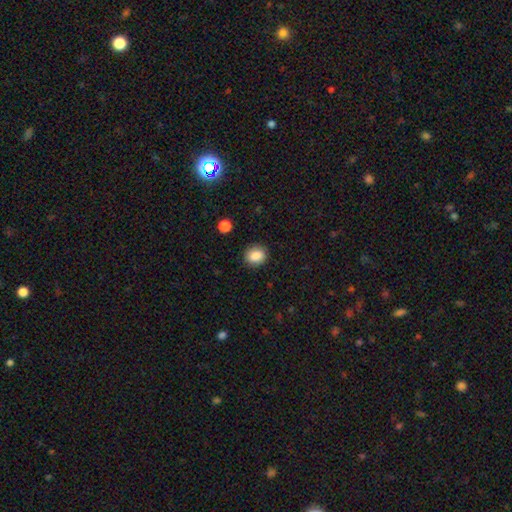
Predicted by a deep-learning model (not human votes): This is clearly a smooth galaxy (86%). How rounded: likely round (65%). Merging: clearly none (88%).